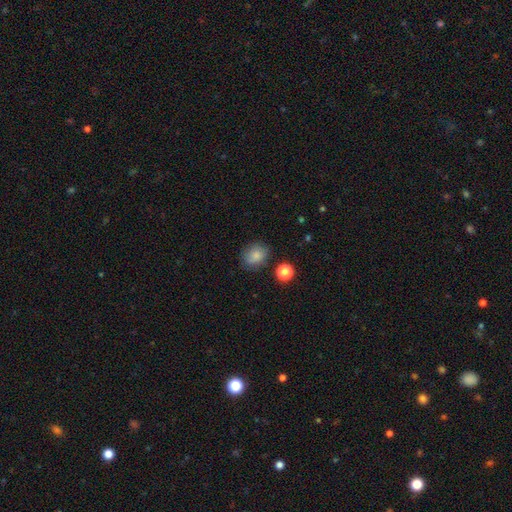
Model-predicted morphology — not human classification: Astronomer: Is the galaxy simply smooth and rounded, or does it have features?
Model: smooth — 82%.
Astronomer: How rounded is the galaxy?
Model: round — 53% (runner-up: in between, 46%).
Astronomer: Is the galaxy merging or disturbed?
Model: none — 76%.